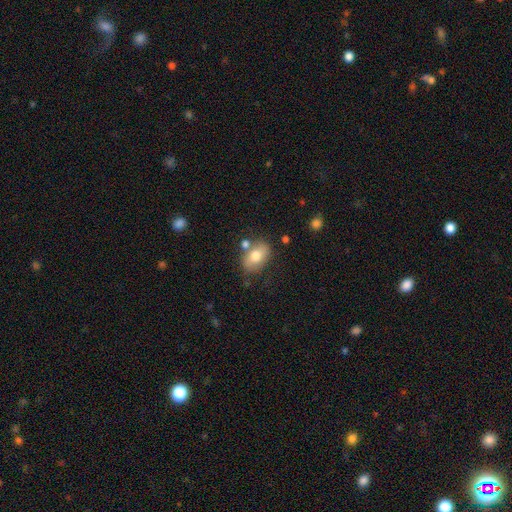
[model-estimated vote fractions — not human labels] A smooth galaxy with no disk features (70%) that is in between round and cigar-shaped (84%).

Vote fractions:
- Smooth or featured? smooth: 70% / featured or disk: 22% / star or artifact: 8%
- How rounded? in between: 84% / round: 14% / cigar-shaped: 2%
- Merging? none: 68% / minor disturbance: 16% / merger: 11% / major disturbance: 5%